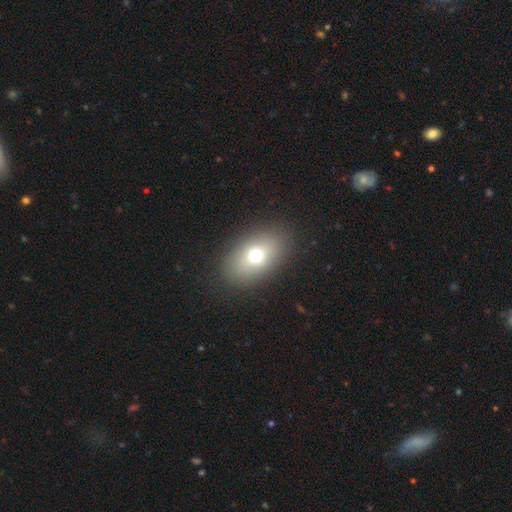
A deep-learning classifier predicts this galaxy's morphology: Smooth or featured: smooth — 72% (featured or disk — 17%)
How rounded: in between — 85% (round — 13%)
Merging: none — 87% (minor disturbance — 8%)